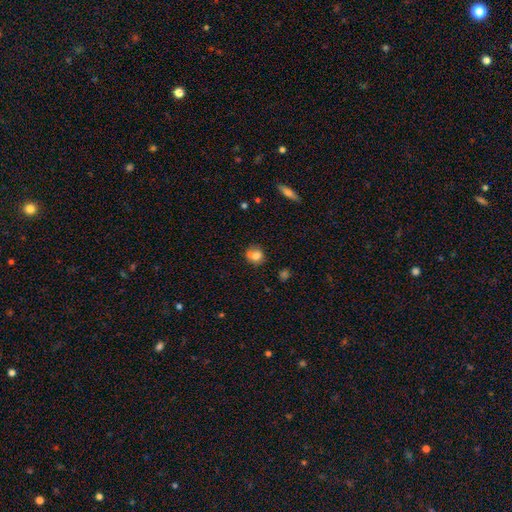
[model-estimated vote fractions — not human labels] Smooth or featured: smooth — 75% (featured or disk — 14%)
How rounded: round — 74% (in between — 25%)
Merging: none — 54% (merger — 21%)